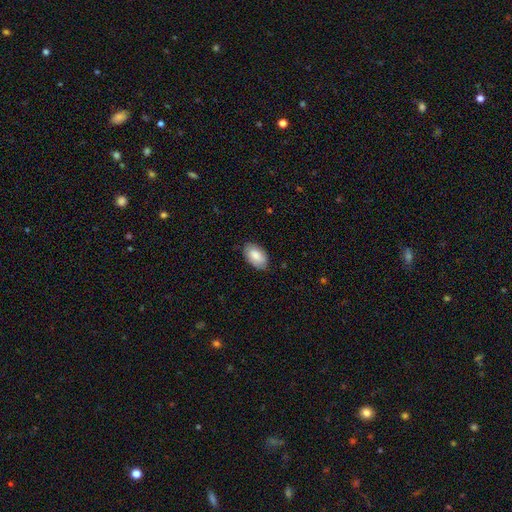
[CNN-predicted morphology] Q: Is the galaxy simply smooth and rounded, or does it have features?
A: smooth — 77%.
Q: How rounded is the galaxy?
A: in between — 94%.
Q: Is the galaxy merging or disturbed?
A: none — 81%.